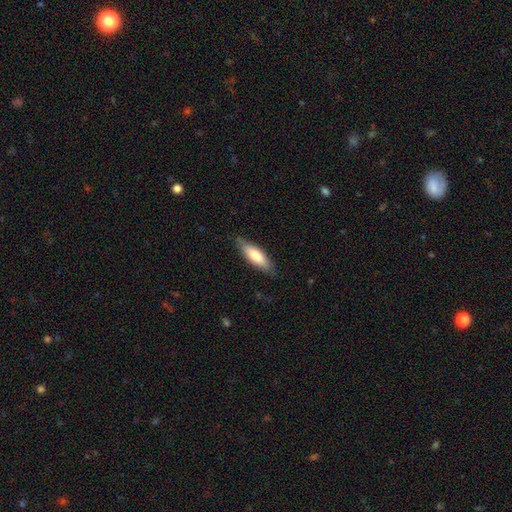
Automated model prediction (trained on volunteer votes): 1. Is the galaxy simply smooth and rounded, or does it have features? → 74% smooth, 20% featured or disk, 5% star or artifact.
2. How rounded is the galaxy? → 51% in between, 47% cigar-shaped, 2% round.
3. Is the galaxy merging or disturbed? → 78% none, 18% minor disturbance, 3% major disturbance, 1% merger.